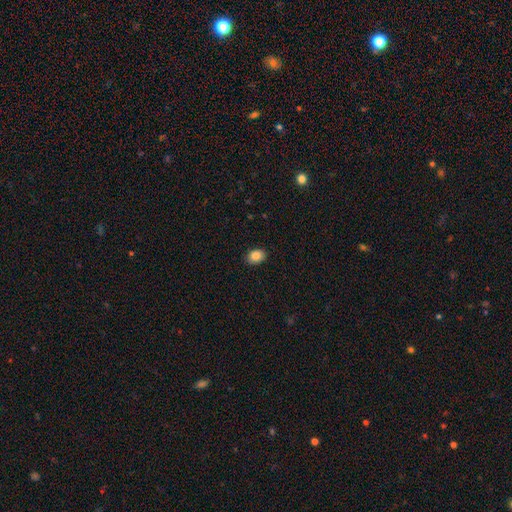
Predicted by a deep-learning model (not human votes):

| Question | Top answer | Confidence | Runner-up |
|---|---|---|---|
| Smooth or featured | smooth | 85% | star or artifact (9%) |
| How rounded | in between | 69% | round (30%) |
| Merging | none | 89% | minor disturbance (8%) |